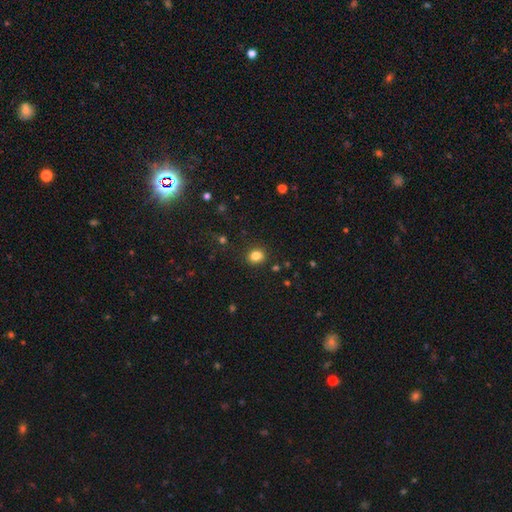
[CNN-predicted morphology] Overall: smooth (83%). How rounded: round (65%; in between 34%). Merging: none (87%).